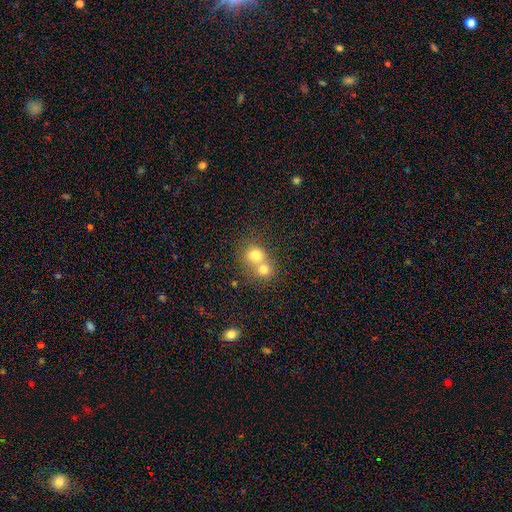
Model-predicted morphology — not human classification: Smooth or featured? Predicted: smooth (p=0.74). How rounded? Predicted: round (p=0.76). Merging? Predicted: merger (p=0.67).